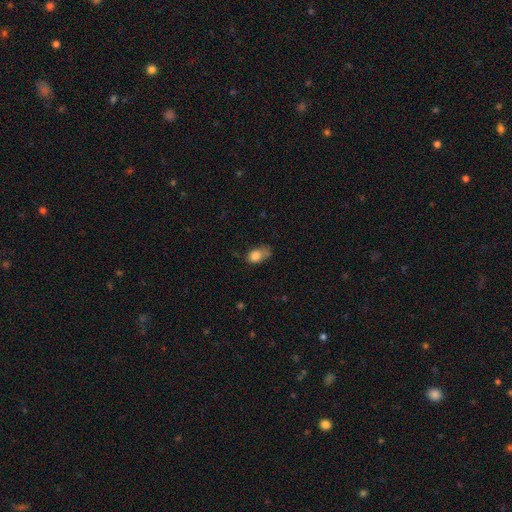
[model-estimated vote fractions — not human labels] Smooth or featured? Predicted: smooth (p=0.80). How rounded? Predicted: in between (p=0.69). Merging? Predicted: minor disturbance (p=0.37).